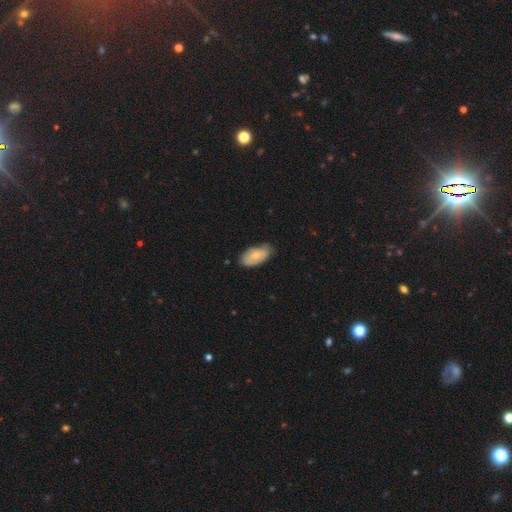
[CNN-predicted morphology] Smooth or featured?
  - smooth: 64% *
  - featured or disk: 30%
  - star or artifact: 6%
How rounded?
  - in between: 94% *
  - round: 4%
  - cigar-shaped: 2%
Merging?
  - none: 68% *
  - minor disturbance: 27%
  - major disturbance: 4%
  - merger: 1%